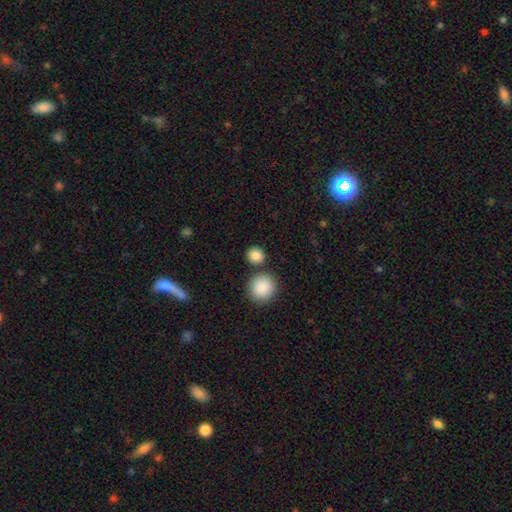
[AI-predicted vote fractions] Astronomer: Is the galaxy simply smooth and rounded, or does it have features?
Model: smooth — 86%.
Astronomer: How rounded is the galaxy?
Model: round — 84%.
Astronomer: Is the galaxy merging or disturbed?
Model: none — 78%.